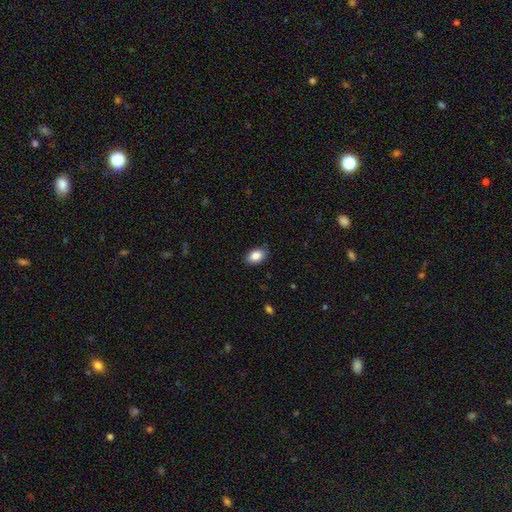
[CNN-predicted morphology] Smooth or featured: smooth — 87% (star or artifact — 7%)
How rounded: in between — 89% (round — 10%)
Merging: none — 86% (minor disturbance — 11%)